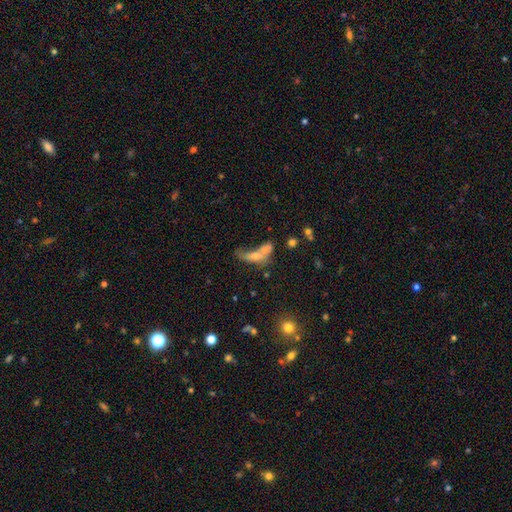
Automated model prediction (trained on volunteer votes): Q: Smooth or featured?
A: smooth (46%); runner-up: featured or disk (35%)
Q: Merging?
A: merger (50%); runner-up: none (20%)